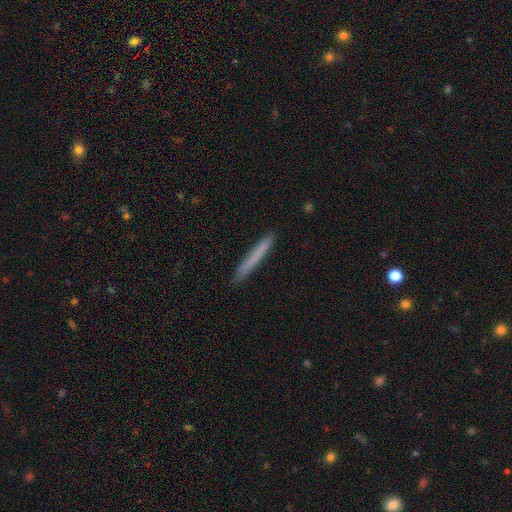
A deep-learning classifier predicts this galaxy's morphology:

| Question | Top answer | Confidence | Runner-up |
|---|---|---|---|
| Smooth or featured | smooth | 72% | featured or disk (22%) |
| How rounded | cigar-shaped | 97% | in between (2%) |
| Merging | none | 91% | minor disturbance (6%) |